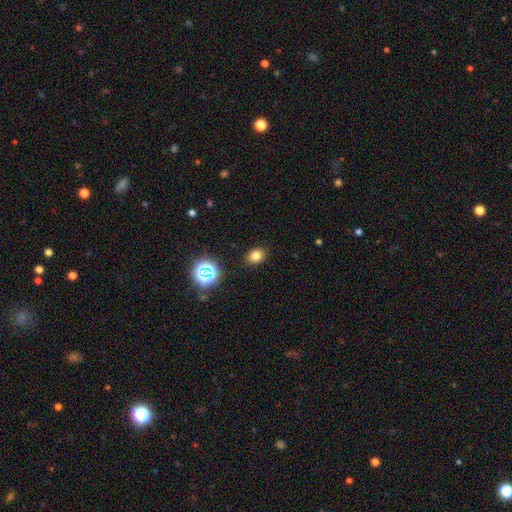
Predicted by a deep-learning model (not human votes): This is likely a smooth galaxy (77%). How rounded: likely in between (64%). Merging: clearly none (87%).